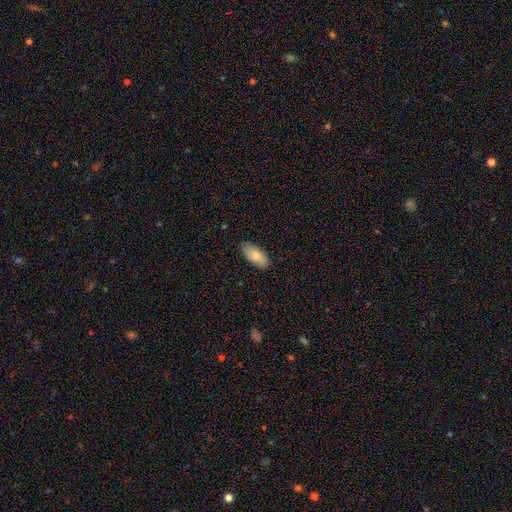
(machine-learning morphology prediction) Smooth or featured?
  - smooth: 81% *
  - featured or disk: 13%
  - star or artifact: 6%
How rounded?
  - in between: 87% *
  - cigar-shaped: 11%
  - round: 2%
Merging?
  - none: 86% *
  - minor disturbance: 11%
  - major disturbance: 2%
  - merger: 1%